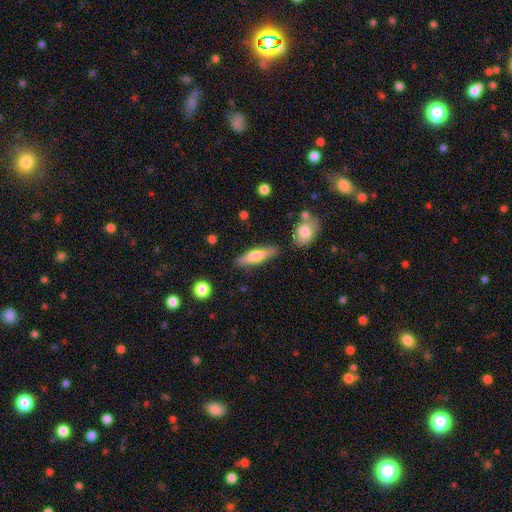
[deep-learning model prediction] A smooth galaxy with no disk features (62%) that is cigar-shaped (56%). Merging: none (78%).